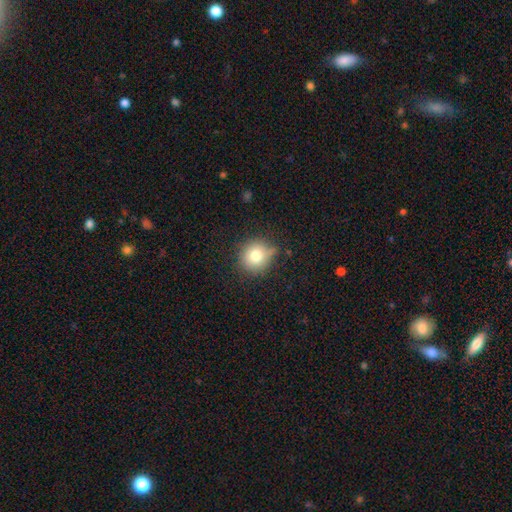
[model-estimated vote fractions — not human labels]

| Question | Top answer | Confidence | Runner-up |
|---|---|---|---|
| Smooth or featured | smooth | 77% | featured or disk (12%) |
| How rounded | round | 87% | in between (12%) |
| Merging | none | 70% | minor disturbance (22%) |